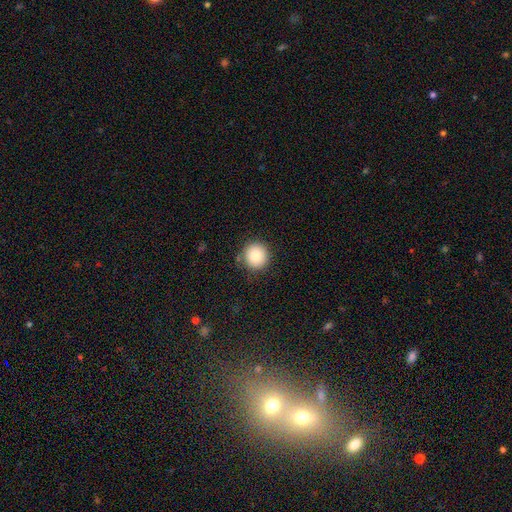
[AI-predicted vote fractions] smooth_or_featured: smooth (p=0.85) [alt: star or artifact p=0.09]
how_rounded: round (p=0.94) [alt: in between p=0.05]
merging: none (p=0.86) [alt: minor disturbance p=0.09]